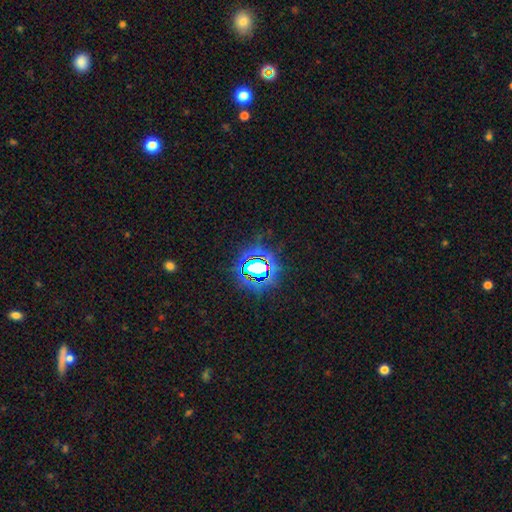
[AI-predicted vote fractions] Smooth or featured?
  - star or artifact: 80% *
  - smooth: 12%
  - featured or disk: 8%